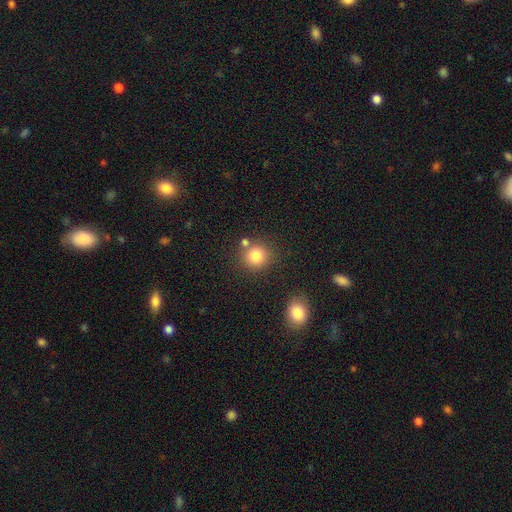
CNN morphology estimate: smooth-or-featured: smooth: 82% | star or artifact: 11% | featured or disk: 7%
  how-rounded: round: 88% | in between: 11% | cigar-shaped: 1%
  merging: none: 73% | merger: 14% | minor disturbance: 9% | major disturbance: 3%